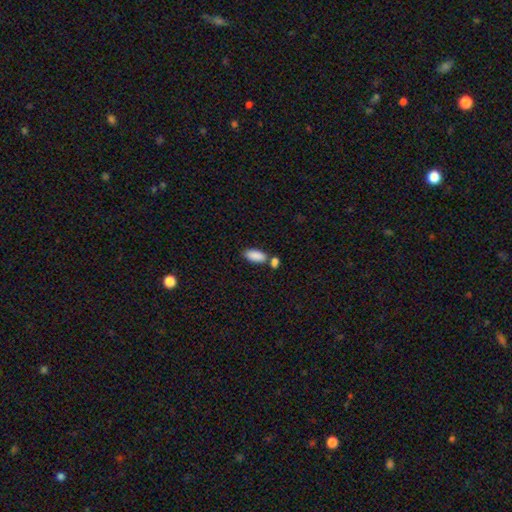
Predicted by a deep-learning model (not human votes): A smooth galaxy with no disk features (89%) that is in between round and cigar-shaped (90%).

Vote fractions:
- Smooth or featured? smooth: 89% / star or artifact: 7% / featured or disk: 5%
- How rounded? in between: 90% / cigar-shaped: 8% / round: 2%
- Merging? none: 59% / merger: 26% / minor disturbance: 12% / major disturbance: 4%